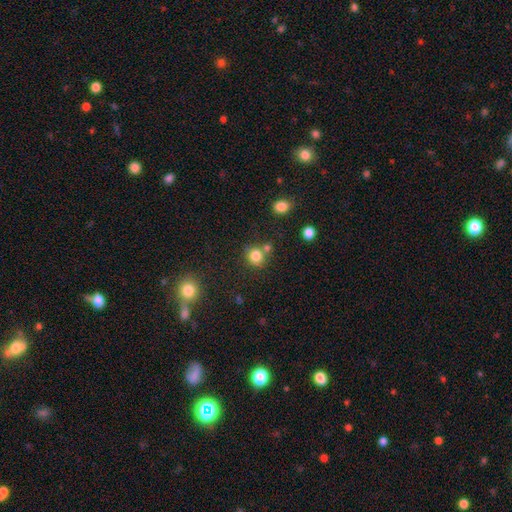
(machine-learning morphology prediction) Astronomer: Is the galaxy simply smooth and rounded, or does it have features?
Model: smooth — 81%.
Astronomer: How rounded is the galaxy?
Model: round — 85%.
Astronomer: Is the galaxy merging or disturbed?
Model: none — 65%.